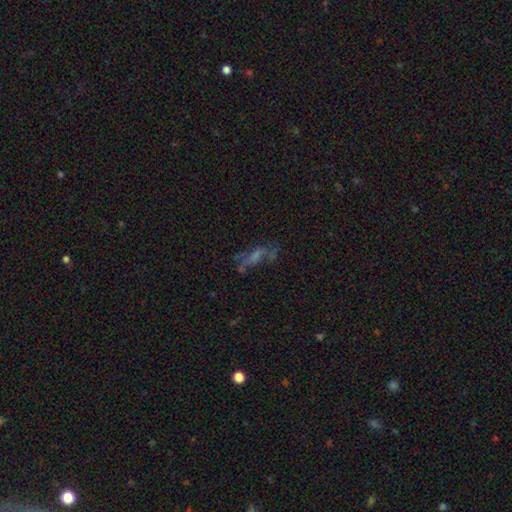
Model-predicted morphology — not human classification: A featured or disk galaxy (45%). Merging: none (52%).